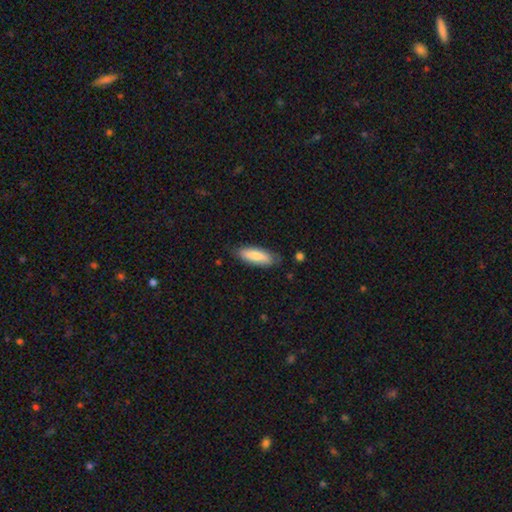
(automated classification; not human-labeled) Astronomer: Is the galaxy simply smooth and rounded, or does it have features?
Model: smooth — 77%.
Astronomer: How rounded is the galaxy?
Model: in between — 57% (runner-up: cigar-shaped, 41%).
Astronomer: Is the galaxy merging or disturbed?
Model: none — 76%.